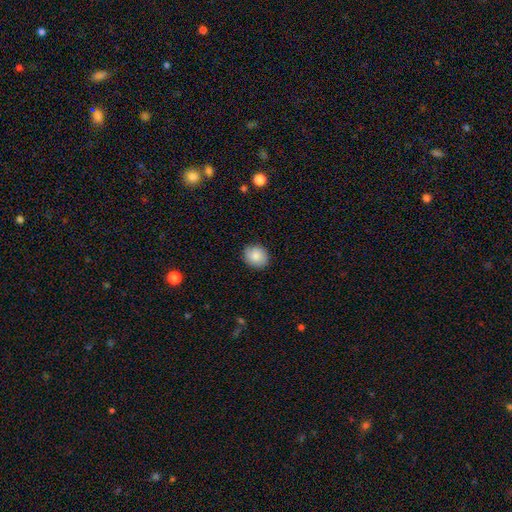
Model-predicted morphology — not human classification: This is clearly a smooth galaxy (86%). How rounded: likely round (78%). Merging: clearly none (89%).